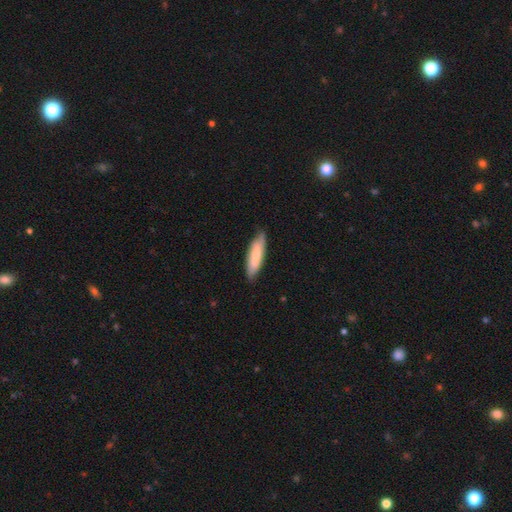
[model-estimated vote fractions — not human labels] A smooth galaxy with no disk features (71%) that is cigar-shaped (64%). Merging: none (80%).